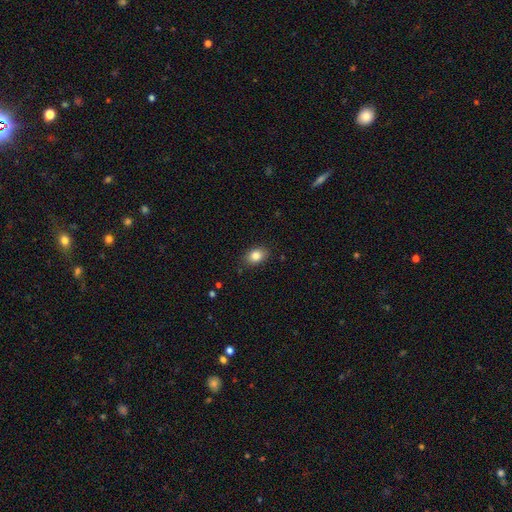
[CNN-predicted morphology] Smooth or featured? Predicted: smooth (p=0.85). How rounded? Predicted: in between (p=0.77). Merging? Predicted: none (p=0.85).